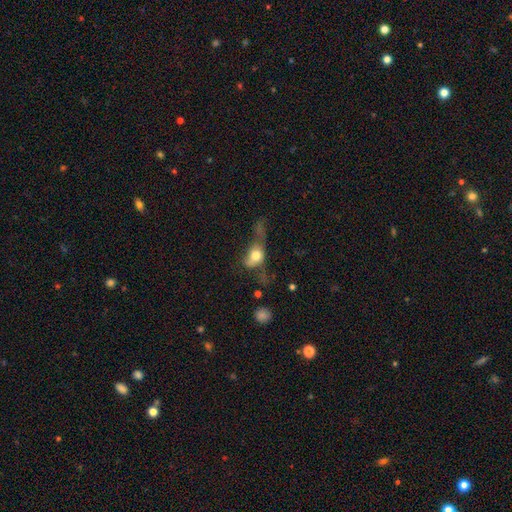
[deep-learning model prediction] Smooth or featured?
  - smooth: 65% *
  - featured or disk: 25%
  - star or artifact: 10%
How rounded?
  - in between: 62% *
  - round: 30%
  - cigar-shaped: 8%
Merging?
  - major disturbance: 50% *
  - none: 20%
  - minor disturbance: 19%
  - merger: 11%